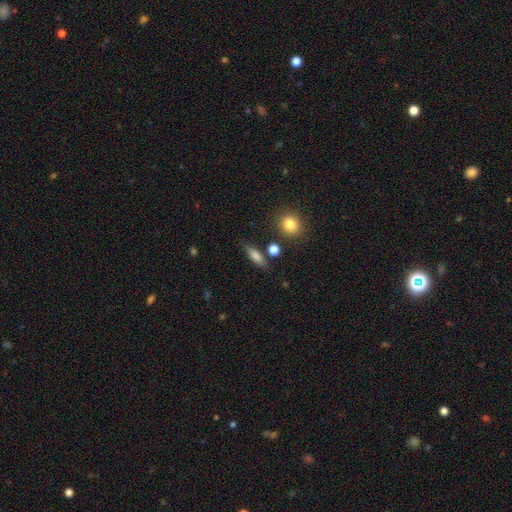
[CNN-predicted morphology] This appears to be a smooth galaxy with no disk features (73%) that is in between round and cigar-shaped (50%). Merging: none (75%).